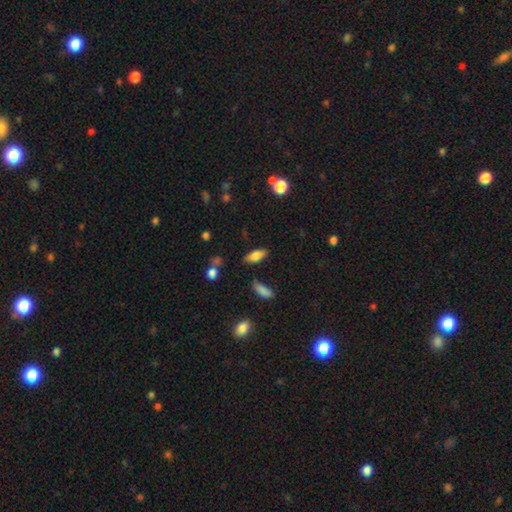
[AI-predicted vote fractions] A smooth galaxy with no disk features (79%) that is in between round and cigar-shaped (82%). Merging: none (80%).